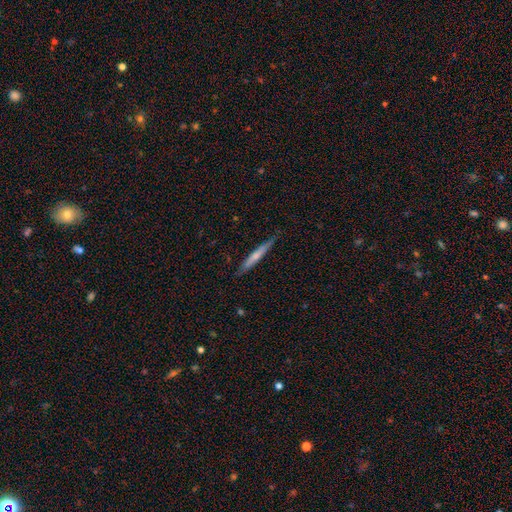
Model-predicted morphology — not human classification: Smooth or featured?
  - smooth: 58% *
  - featured or disk: 37%
  - star or artifact: 6%
How rounded?
  - cigar-shaped: 95% *
  - in between: 3%
  - round: 1%
Merging?
  - none: 85% *
  - minor disturbance: 12%
  - major disturbance: 2%
  - merger: 1%